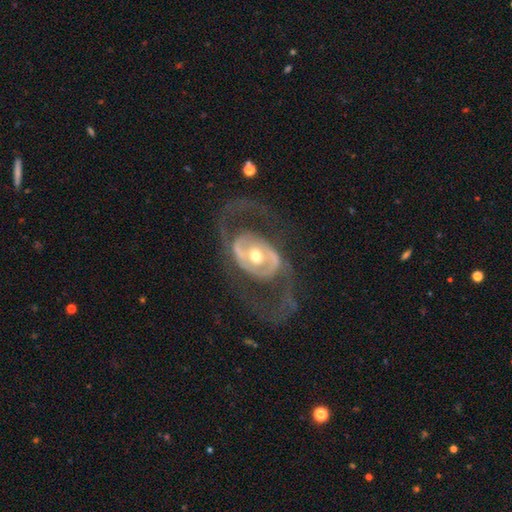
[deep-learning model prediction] This appears to be a featured or disk galaxy (87%) with no bar (51%), 2 (87%) medium (46%) spiral arms (76%) and a moderate central bulge (71%). Merging: none (66%).